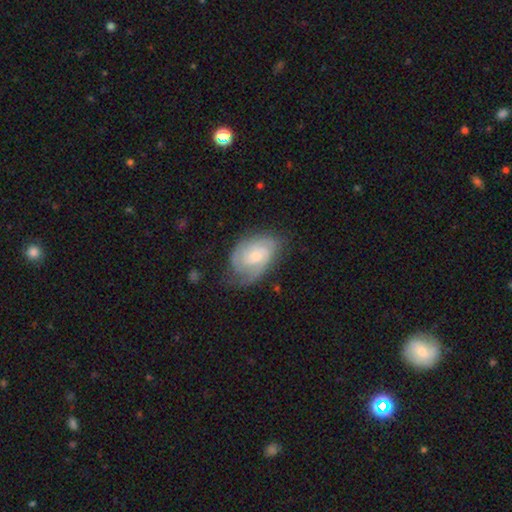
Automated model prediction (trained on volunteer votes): smooth-or-featured: featured or disk: 78% | smooth: 16% | star or artifact: 6%
  disk-edge-on: no: 97% | yes: 3%
    bar: no: 61% | weak: 34% | strong: 5%
    has-spiral-arms: yes: 95% | no: 5%
      spiral-winding: tight: 62% | medium: 31% | loose: 7%
      spiral-arm-count: 2: 48% | can't tell: 23% | 3: 17% | 1: 5% | 4: 4% | more than 4: 3%
    bulge-size: small: 48% | moderate: 44% | none: 4% | large: 3% | dominant: 1%
  merging: none: 66% | minor disturbance: 24% | major disturbance: 9% | merger: 1%